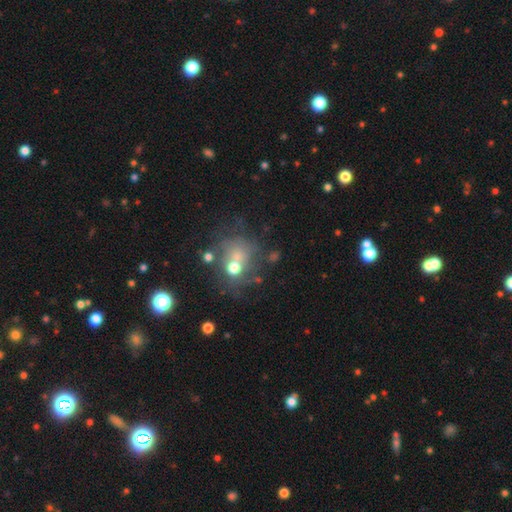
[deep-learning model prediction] Smooth or featured?
  - smooth: 46% *
  - star or artifact: 28%
  - featured or disk: 25%
Merging?
  - none: 52% *
  - merger: 17%
  - minor disturbance: 16%
  - major disturbance: 14%